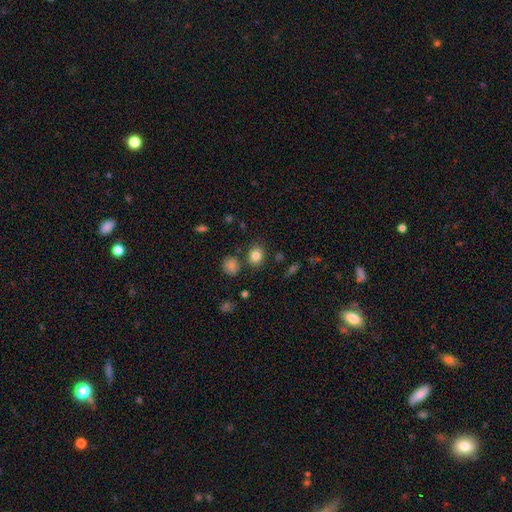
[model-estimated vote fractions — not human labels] smooth 82%, star or artifact 11%, featured or disk 7%. Down the decision tree: how rounded — round (62%); merging — none (81%).